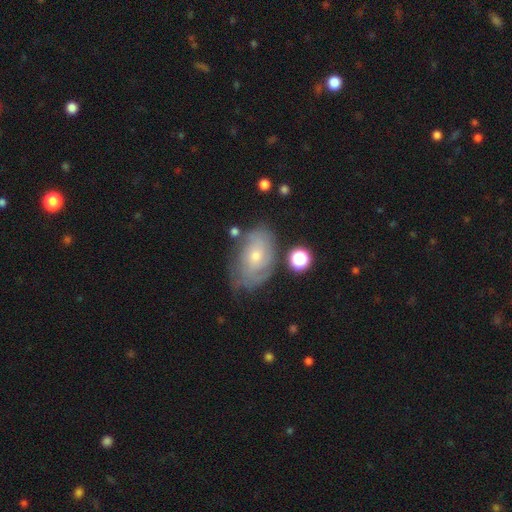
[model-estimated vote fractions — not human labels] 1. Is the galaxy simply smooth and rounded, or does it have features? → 64% featured or disk, 28% smooth, 8% star or artifact.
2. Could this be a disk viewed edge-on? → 94% no, 6% yes.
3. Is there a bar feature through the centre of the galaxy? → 78% no, 19% weak, 3% strong.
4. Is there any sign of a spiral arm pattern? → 79% yes, 21% no.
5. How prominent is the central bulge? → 54% small, 41% moderate, 2% large, 2% none, 1% dominant.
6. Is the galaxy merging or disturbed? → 65% none, 23% minor disturbance, 8% major disturbance, 4% merger.